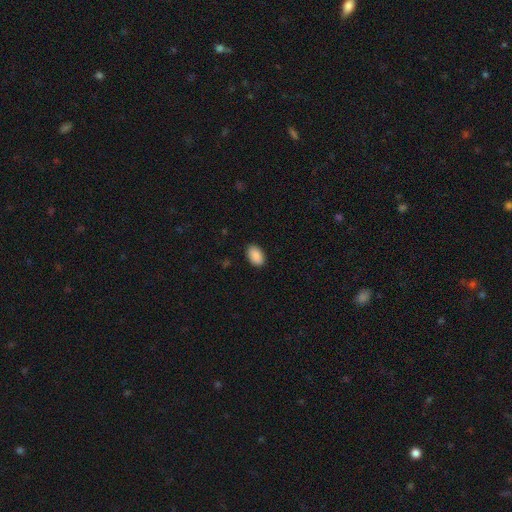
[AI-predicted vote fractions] This is clearly a smooth galaxy (90%). How rounded: clearly in between (92%). Merging: clearly none (89%).